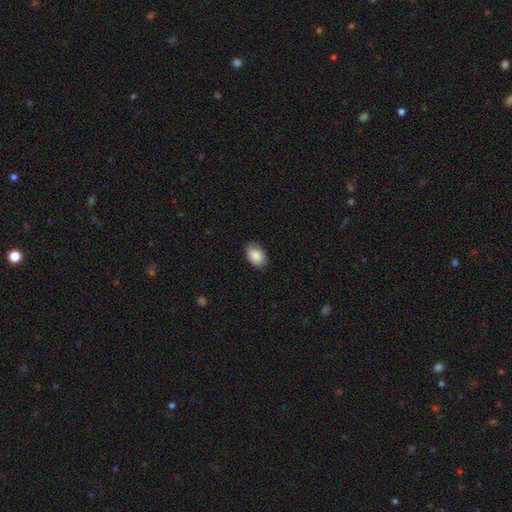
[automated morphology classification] A smooth galaxy with no disk features (87%) that is in between round and cigar-shaped (84%). Merging: none (83%).